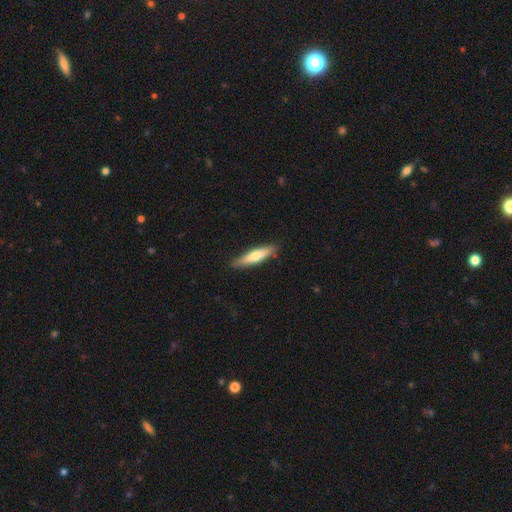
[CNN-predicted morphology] Smooth or featured? Predicted: smooth (p=0.66). How rounded? Predicted: cigar-shaped (p=0.81). Merging? Predicted: none (p=0.87).